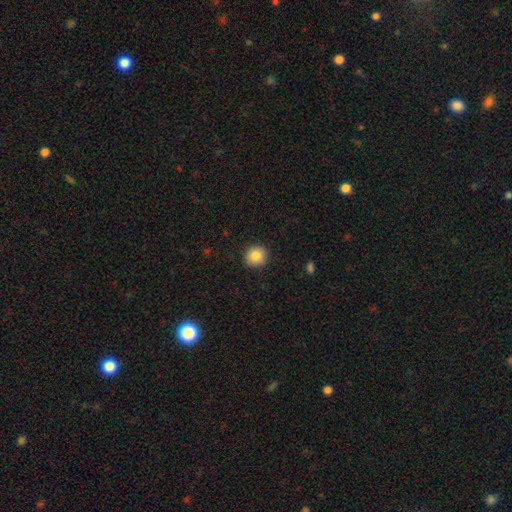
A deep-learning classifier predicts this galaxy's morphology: Smooth or featured? smooth (84%)
How rounded? round (88%)
Merging? none (91%)